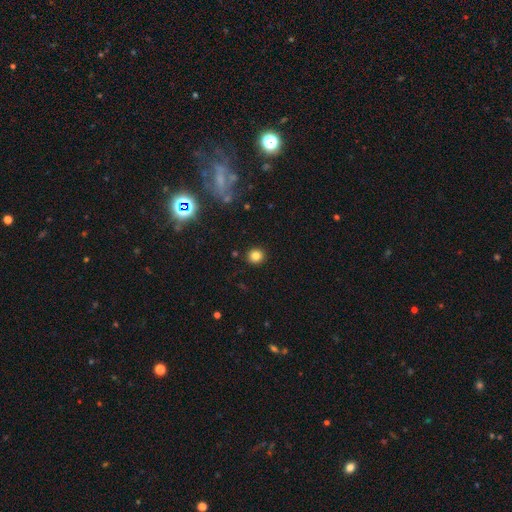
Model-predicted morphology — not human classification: A smooth galaxy with no disk features (81%) that is round (91%).

Vote fractions:
- Smooth or featured? smooth: 81% / star or artifact: 13% / featured or disk: 6%
- How rounded? round: 91% / in between: 8% / cigar-shaped: 1%
- Merging? none: 91% / minor disturbance: 6% / major disturbance: 2% / merger: 1%